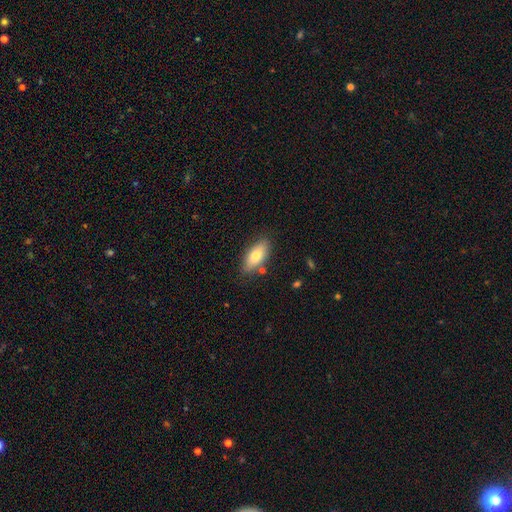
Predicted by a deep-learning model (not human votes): Q: Smooth or featured?
A: smooth (76%); runner-up: featured or disk (17%)
Q: How rounded?
A: in between (84%); runner-up: cigar-shaped (13%)
Q: Merging?
A: none (81%); runner-up: minor disturbance (13%)